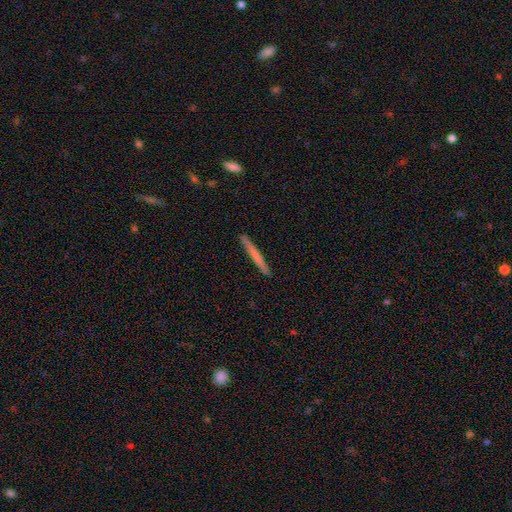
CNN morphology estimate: Q: Smooth or featured?
A: smooth (62%); runner-up: featured or disk (32%)
Q: How rounded?
A: cigar-shaped (97%); runner-up: in between (2%)
Q: Merging?
A: none (92%); runner-up: minor disturbance (6%)